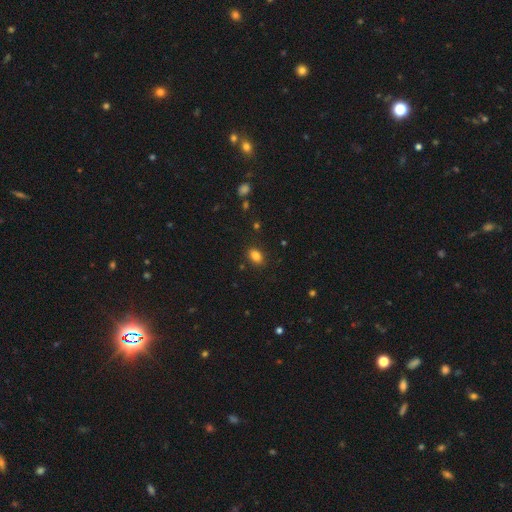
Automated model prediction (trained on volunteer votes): Q: Smooth or featured?
A: smooth (83%); runner-up: star or artifact (11%)
Q: How rounded?
A: in between (80%); runner-up: round (18%)
Q: Merging?
A: none (86%); runner-up: minor disturbance (9%)